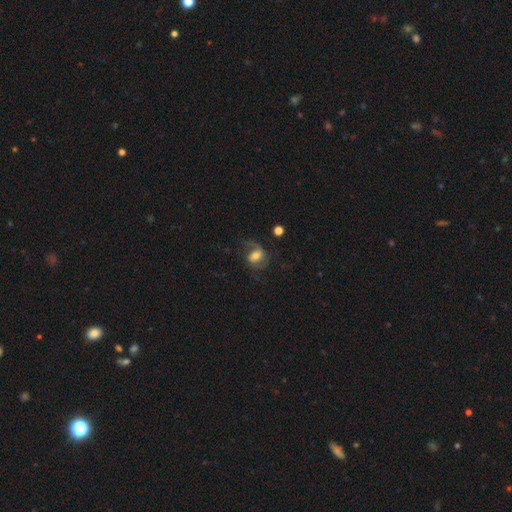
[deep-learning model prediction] Q: Smooth or featured?
A: featured or disk (62%); runner-up: smooth (30%)
Q: Edge-on disk?
A: no (97%); runner-up: yes (3%)
Q: Bar?
A: weak (42%); runner-up: no (36%)
Q: Spiral arms?
A: yes (88%); runner-up: no (12%)
Q: Spiral winding?
A: loose (45%); runner-up: medium (42%)
Q: Spiral arm count?
A: 2 (71%); runner-up: 1 (17%)
Q: Bulge size?
A: moderate (61%); runner-up: small (20%)
Q: Merging?
A: none (55%); runner-up: major disturbance (24%)